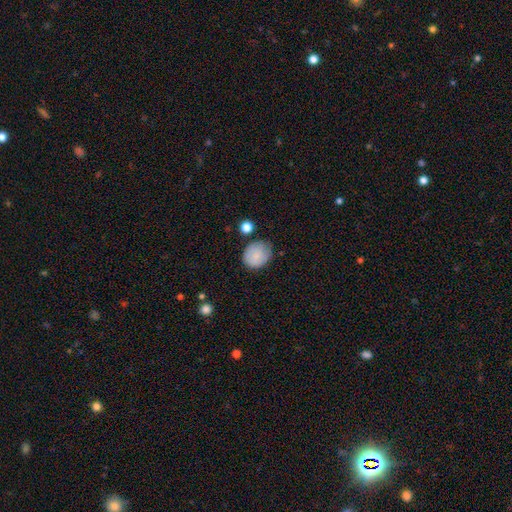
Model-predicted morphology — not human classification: Q: Smooth or featured?
A: smooth (80%); runner-up: featured or disk (12%)
Q: How rounded?
A: round (69%); runner-up: in between (30%)
Q: Merging?
A: none (66%); runner-up: minor disturbance (25%)